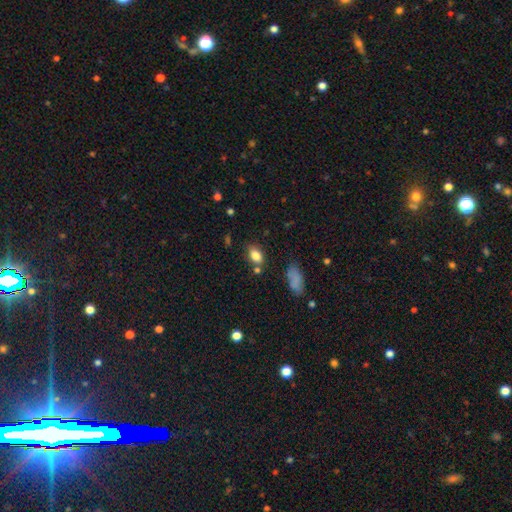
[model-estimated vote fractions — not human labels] Overall: smooth (83%). How rounded: in between (84%). Merging: none (71%).